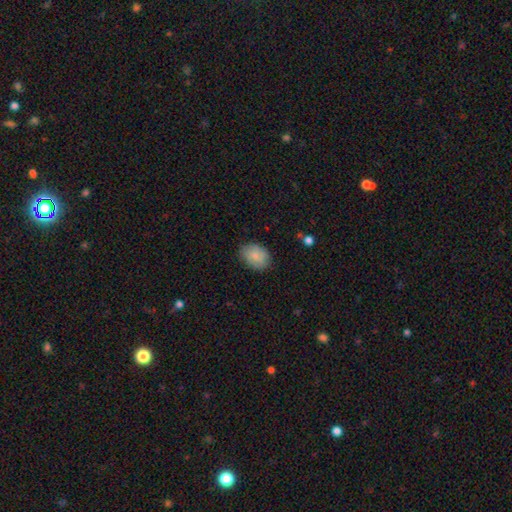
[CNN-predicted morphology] Q: Smooth or featured?
A: smooth (83%); runner-up: featured or disk (11%)
Q: How rounded?
A: in between (72%); runner-up: round (27%)
Q: Merging?
A: none (82%); runner-up: minor disturbance (14%)